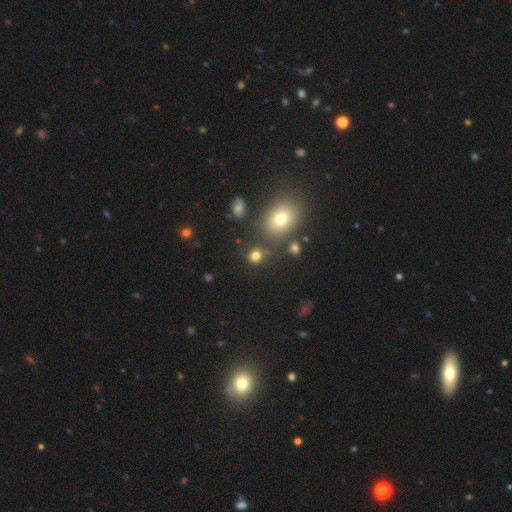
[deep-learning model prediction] smooth_or_featured: smooth (p=0.78) [alt: star or artifact p=0.16]
how_rounded: round (p=0.76) [alt: in between p=0.23]
merging: none (p=0.77) [alt: minor disturbance p=0.10]